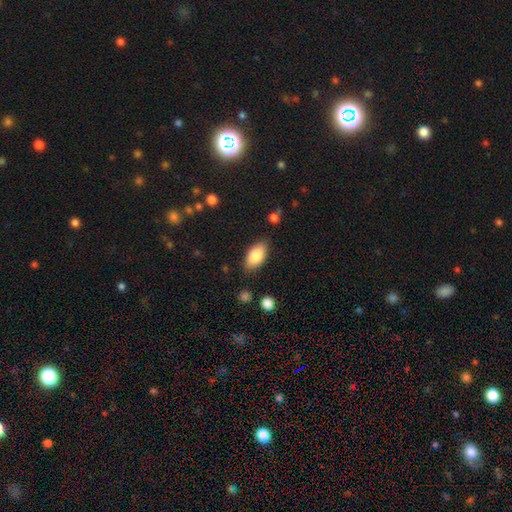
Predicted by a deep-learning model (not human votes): Smooth or featured: smooth — 83% (featured or disk — 11%)
How rounded: in between — 92% (cigar-shaped — 4%)
Merging: none — 82% (minor disturbance — 13%)